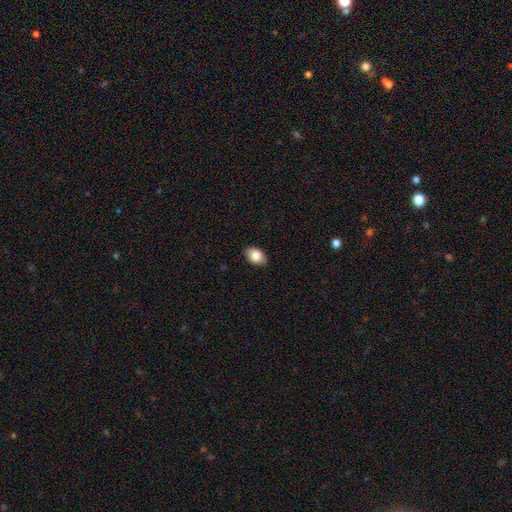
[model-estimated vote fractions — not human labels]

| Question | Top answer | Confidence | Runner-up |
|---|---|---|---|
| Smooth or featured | smooth | 83% | featured or disk (9%) |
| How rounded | in between | 83% | round (16%) |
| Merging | none | 86% | minor disturbance (11%) |